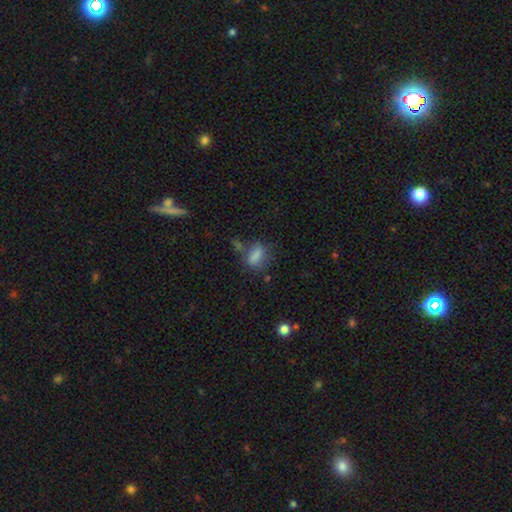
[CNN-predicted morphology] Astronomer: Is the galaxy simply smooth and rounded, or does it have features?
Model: smooth — 75%.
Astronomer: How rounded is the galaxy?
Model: in between — 69%.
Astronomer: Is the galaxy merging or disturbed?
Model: none — 51%.